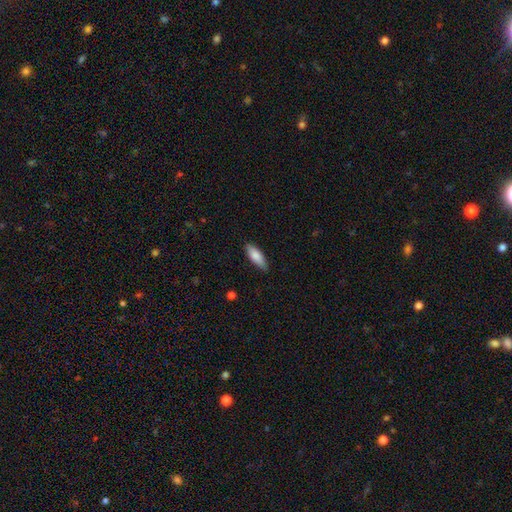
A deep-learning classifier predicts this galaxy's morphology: Smooth or featured? Predicted: smooth (p=0.81). How rounded? Predicted: in between (p=0.60). Merging? Predicted: none (p=0.85).